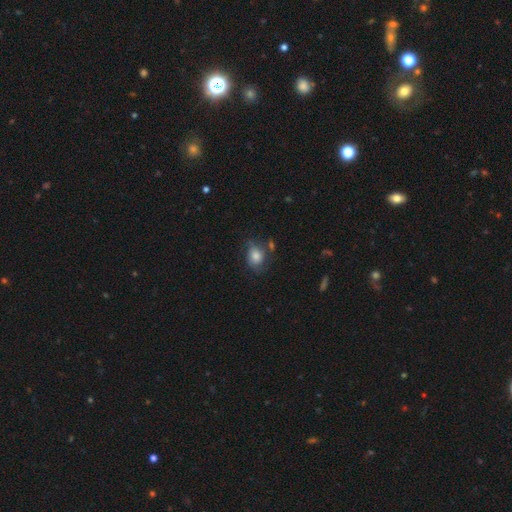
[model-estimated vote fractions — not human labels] Overall: smooth (64%; featured or disk 26%). How rounded: in between (53%; round 46%). Merging: none (51%; minor disturbance 28%).